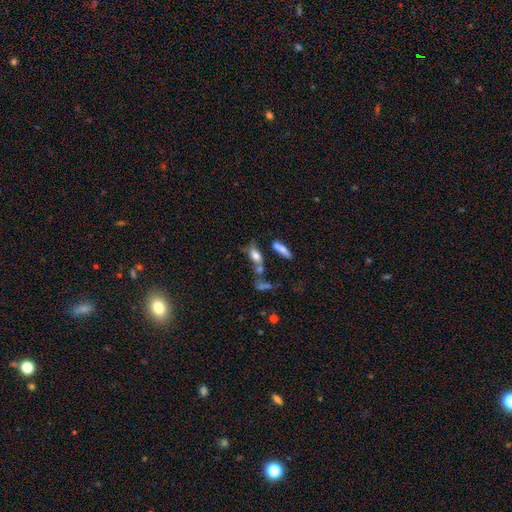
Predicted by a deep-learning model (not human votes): smooth_or_featured: smooth (p=0.66) [alt: featured or disk p=0.23]
how_rounded: in between (p=0.66) [alt: cigar-shaped p=0.26]
merging: none (p=0.40) [alt: merger p=0.28]